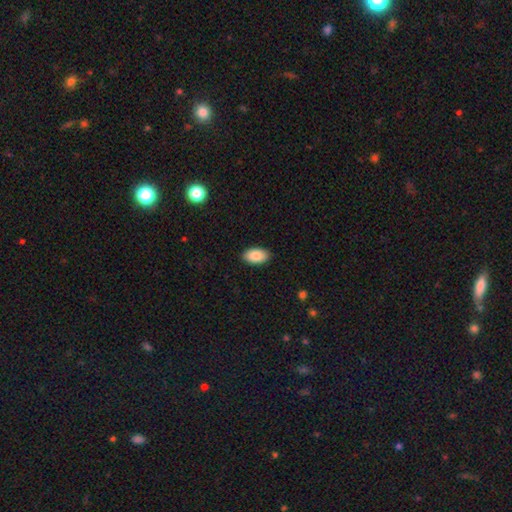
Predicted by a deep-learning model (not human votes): Q: Smooth or featured?
A: smooth (88%); runner-up: star or artifact (7%)
Q: How rounded?
A: in between (95%); runner-up: round (4%)
Q: Merging?
A: none (89%); runner-up: minor disturbance (8%)